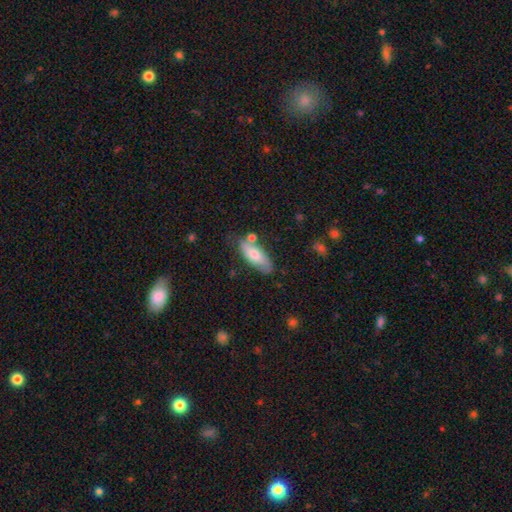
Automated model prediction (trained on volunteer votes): Smooth or featured? smooth (67%)
How rounded? in between (78%)
Merging? none (67%)